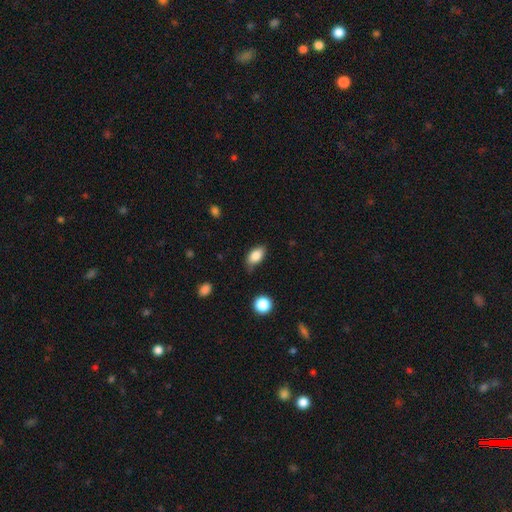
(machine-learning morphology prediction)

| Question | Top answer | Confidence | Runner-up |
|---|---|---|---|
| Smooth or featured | smooth | 84% | featured or disk (8%) |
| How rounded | in between | 90% | round (6%) |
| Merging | none | 73% | minor disturbance (21%) |